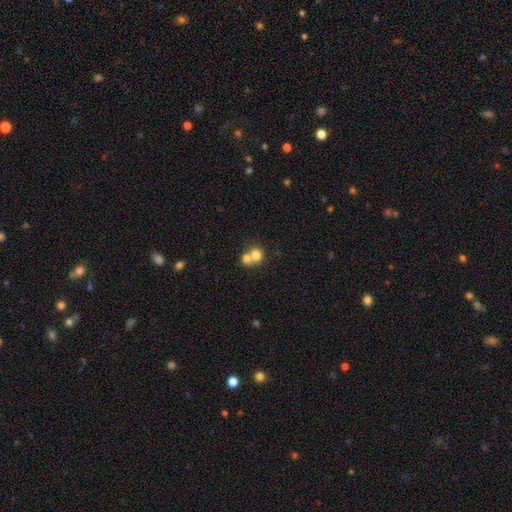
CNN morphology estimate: This is likely a smooth galaxy (75%). How rounded: likely round (72%). Merging: likely merger (63%).